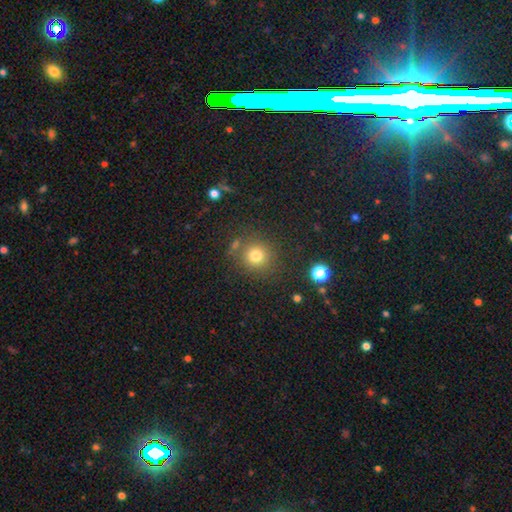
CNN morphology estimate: Smooth or featured? smooth (77%)
How rounded? round (92%)
Merging? none (80%)